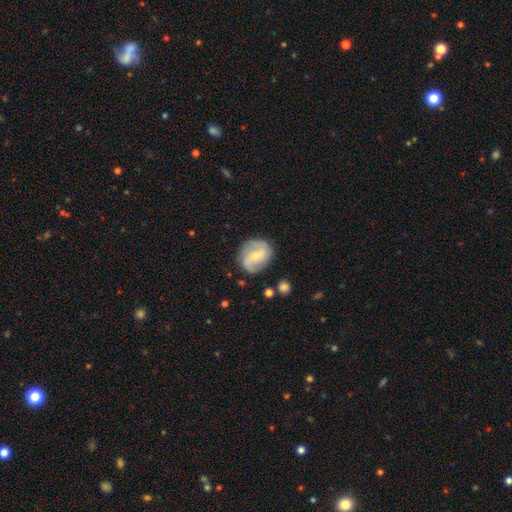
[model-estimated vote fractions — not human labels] Smooth or featured? featured or disk (65%)
Edge-on disk? no (97%)
Bar? weak (45%)
Spiral arms? yes (87%)
Spiral winding? loose (43%)
Spiral arm count? 2 (84%)
Bulge size? small (61%)
Merging? none (78%)